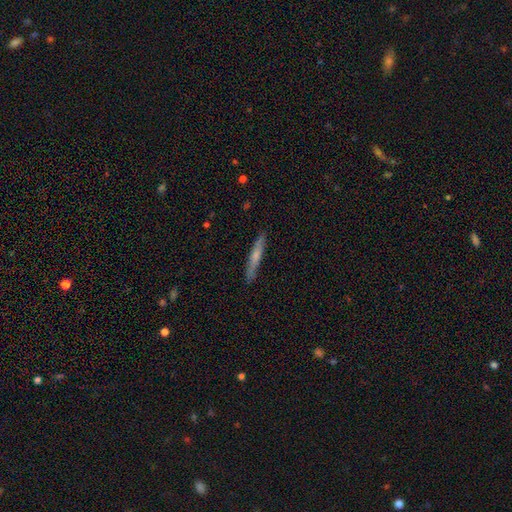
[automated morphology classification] smooth_or_featured: smooth (p=0.52) [alt: featured or disk p=0.42]
how_rounded: cigar-shaped (p=0.95) [alt: in between p=0.04]
merging: none (p=0.88) [alt: minor disturbance p=0.09]